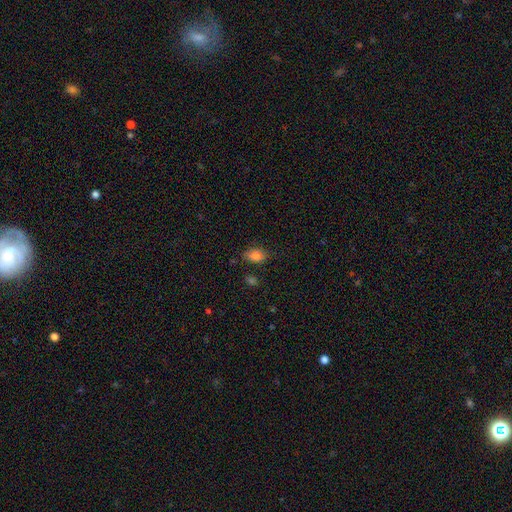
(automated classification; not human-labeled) smooth-or-featured: smooth: 83% | star or artifact: 10% | featured or disk: 7%
  how-rounded: in between: 82% | round: 16% | cigar-shaped: 2%
  merging: none: 76% | minor disturbance: 17% | major disturbance: 4% | merger: 3%